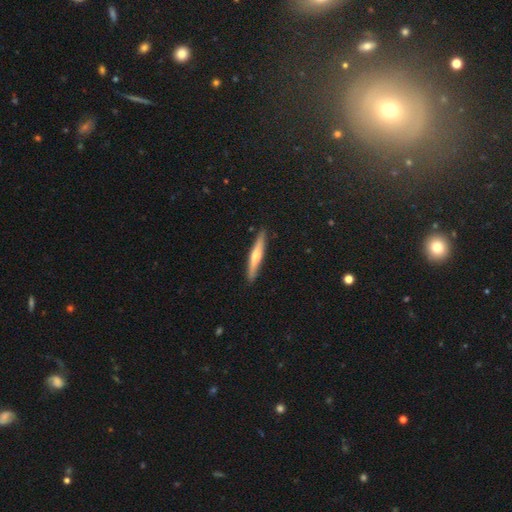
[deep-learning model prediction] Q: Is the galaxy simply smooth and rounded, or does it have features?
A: featured or disk — 49%.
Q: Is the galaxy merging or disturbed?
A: none — 90%.